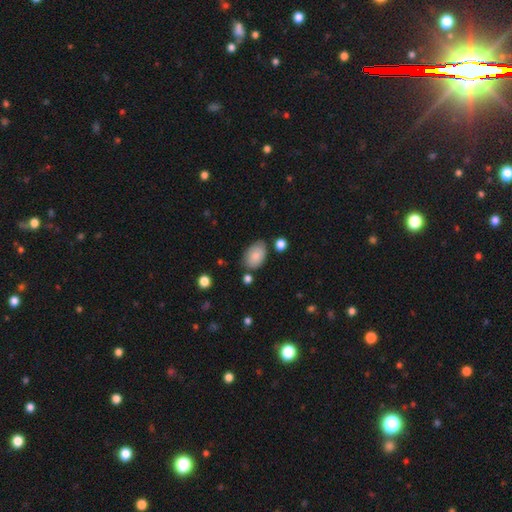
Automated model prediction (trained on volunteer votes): A smooth galaxy with no disk features (84%) that is in between round and cigar-shaped (90%). Merging: none (70%).